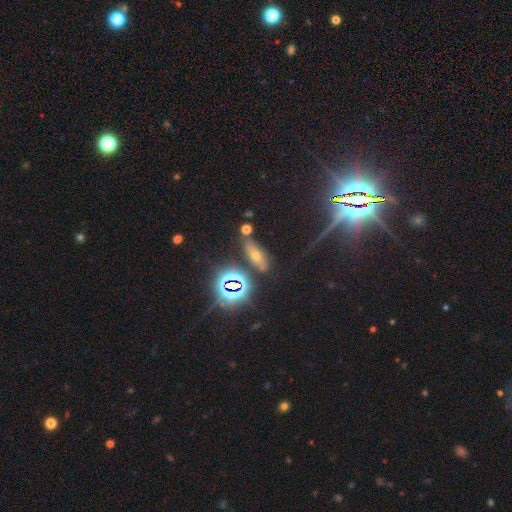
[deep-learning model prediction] A star or artifact, not a galaxy (44%).